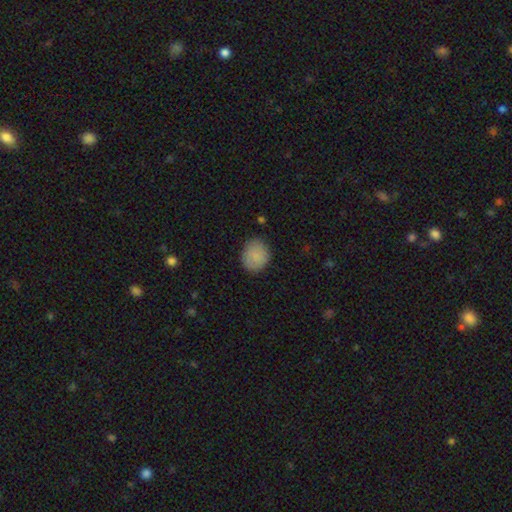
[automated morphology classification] A smooth galaxy with no disk features (86%) that is round (75%).

Vote fractions:
- Smooth or featured? smooth: 86% / star or artifact: 8% / featured or disk: 7%
- How rounded? round: 75% / in between: 24% / cigar-shaped: 1%
- Merging? none: 82% / minor disturbance: 14% / major disturbance: 3% / merger: 1%